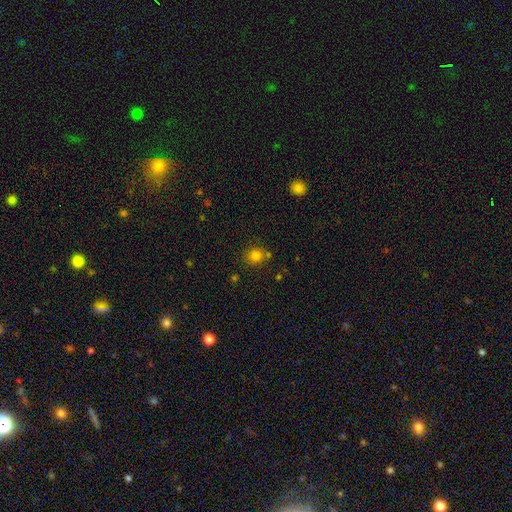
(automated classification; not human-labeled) A smooth galaxy with no disk features (80%) that is round (78%). Merging: none (76%).